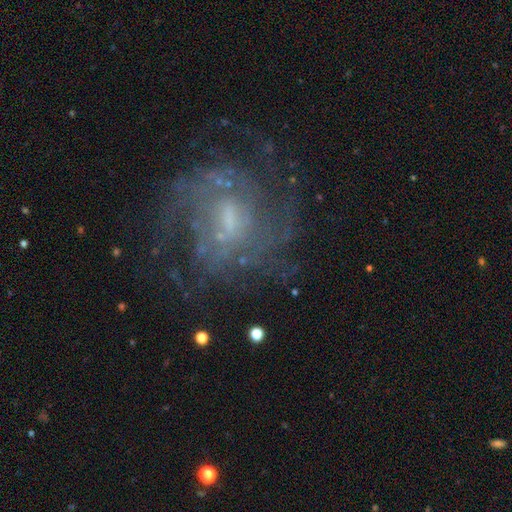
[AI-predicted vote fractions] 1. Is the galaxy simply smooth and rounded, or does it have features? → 81% featured or disk, 11% star or artifact, 8% smooth.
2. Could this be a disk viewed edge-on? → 97% no, 3% yes.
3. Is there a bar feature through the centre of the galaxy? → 53% weak, 35% no, 12% strong.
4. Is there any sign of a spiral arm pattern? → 92% yes, 8% no.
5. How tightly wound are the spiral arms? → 46% tight, 41% medium, 13% loose.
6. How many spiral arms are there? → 38% can't tell, 19% 2, 16% 3, 13% 4, 8% more than 4, 7% 1.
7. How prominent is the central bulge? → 50% small, 32% moderate, 14% none, 3% large, 1% dominant.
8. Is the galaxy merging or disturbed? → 72% none, 14% minor disturbance, 12% major disturbance, 2% merger.